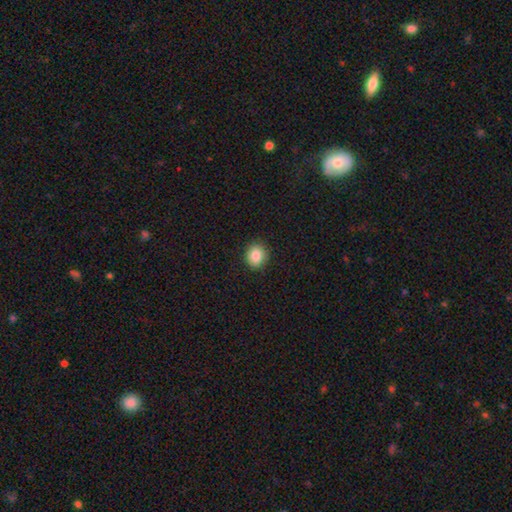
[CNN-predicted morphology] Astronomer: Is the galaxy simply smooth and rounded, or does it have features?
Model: smooth — 86%.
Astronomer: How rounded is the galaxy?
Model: round — 68%.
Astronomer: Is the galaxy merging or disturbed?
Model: none — 90%.